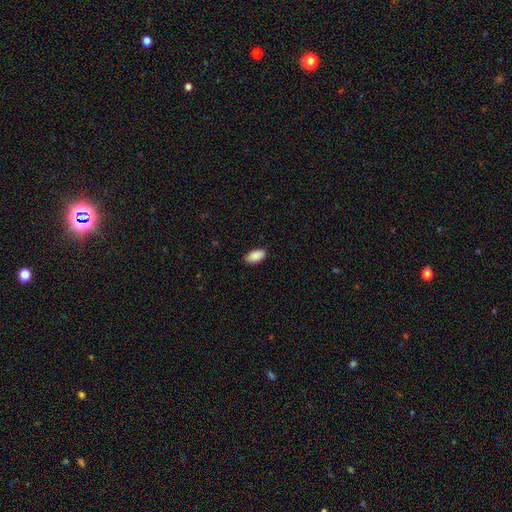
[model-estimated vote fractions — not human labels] A smooth galaxy with no disk features (90%) that is in between round and cigar-shaped (95%).

Vote fractions:
- Smooth or featured? smooth: 90% / star or artifact: 7% / featured or disk: 4%
- How rounded? in between: 95% / round: 3% / cigar-shaped: 2%
- Merging? none: 87% / minor disturbance: 10% / major disturbance: 2% / merger: 1%